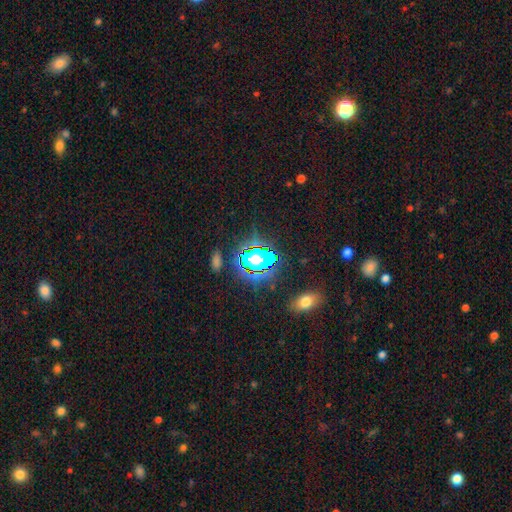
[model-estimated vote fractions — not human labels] Smooth or featured? star or artifact (77%)